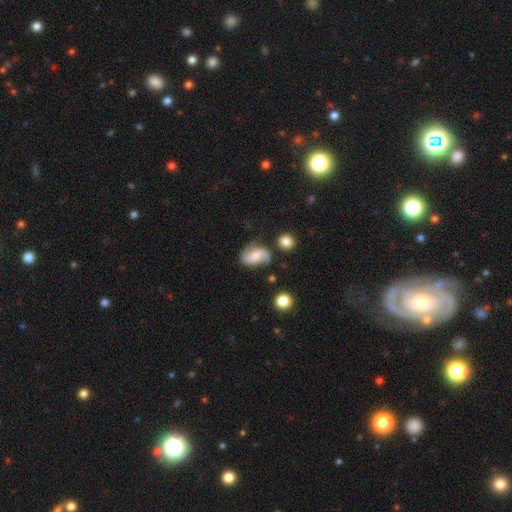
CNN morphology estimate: Smooth or featured? featured or disk (60%)
Edge-on disk? no (97%)
Bar? no (46%)
Spiral arms? yes (92%)
Spiral winding? loose (54%)
Spiral arm count? 2 (88%)
Bulge size? moderate (33%)
Merging? none (59%)